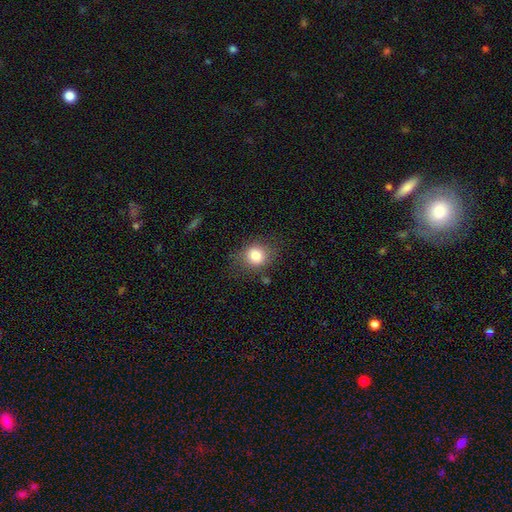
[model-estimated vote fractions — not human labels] Smooth or featured? Predicted: smooth (p=0.81). How rounded? Predicted: round (p=0.66). Merging? Predicted: none (p=0.77).